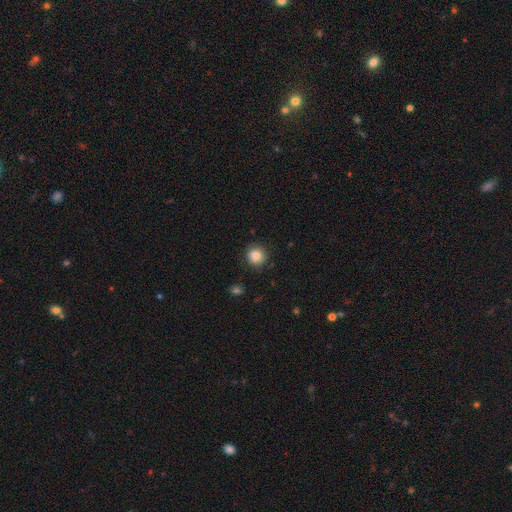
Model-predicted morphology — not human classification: Smooth or featured: smooth — 85% (star or artifact — 10%)
How rounded: round — 91% (in between — 8%)
Merging: none — 86% (minor disturbance — 10%)